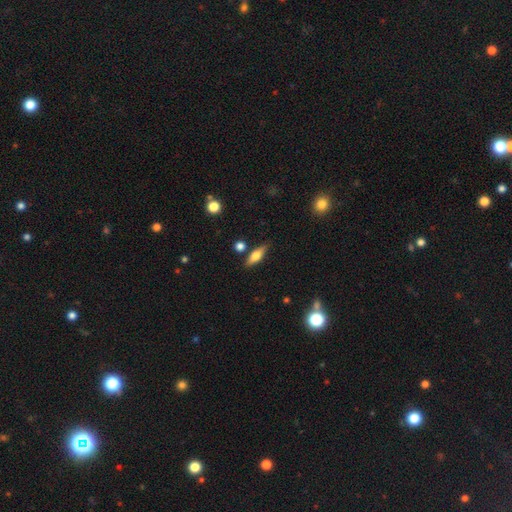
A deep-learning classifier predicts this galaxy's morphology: Smooth or featured? Predicted: smooth (p=0.59). How rounded? Predicted: in between (p=0.54). Merging? Predicted: none (p=0.81).